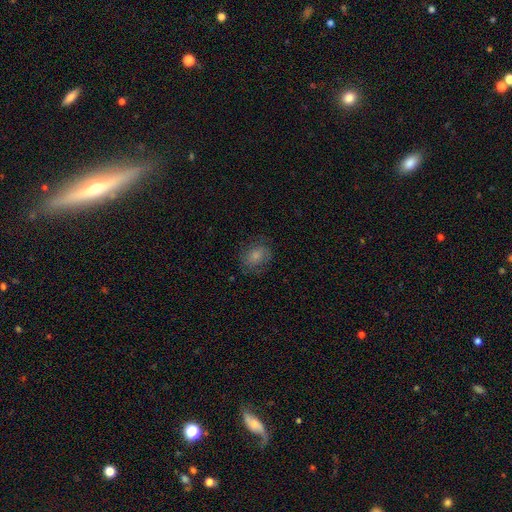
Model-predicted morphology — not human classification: Smooth or featured? smooth (73%)
How rounded? in between (54%)
Merging? none (74%)